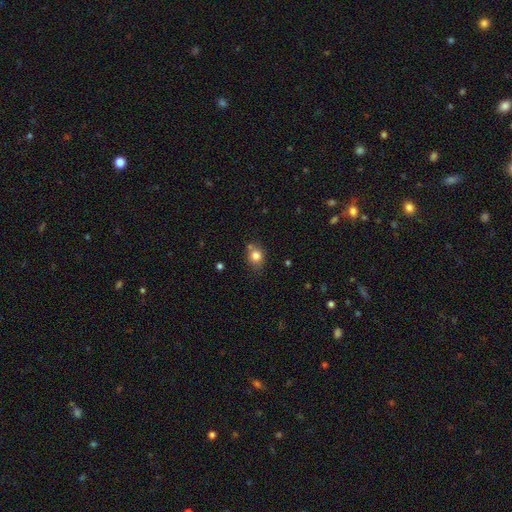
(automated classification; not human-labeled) Smooth or featured: smooth — 81% (star or artifact — 11%)
How rounded: round — 65% (in between — 34%)
Merging: none — 67% (minor disturbance — 18%)